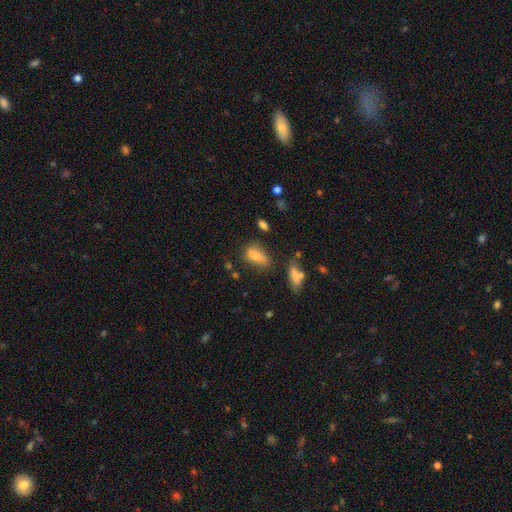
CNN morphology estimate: smooth 79%, star or artifact 11%, featured or disk 10%. Down the decision tree: how rounded — in between (82%); merging — none (55%).